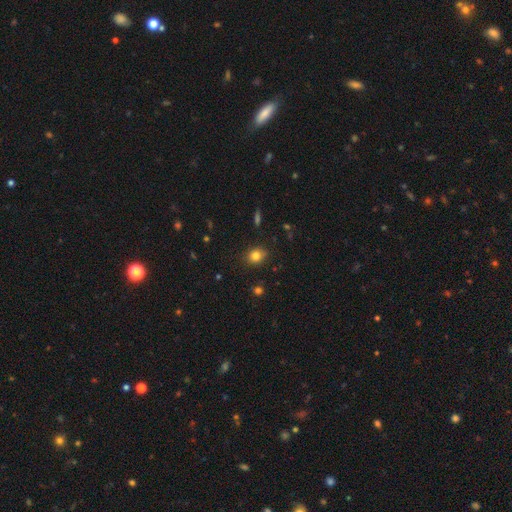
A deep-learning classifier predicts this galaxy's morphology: A smooth galaxy with no disk features (81%) that is round (58%).

Vote fractions:
- Smooth or featured? smooth: 81% / star or artifact: 12% / featured or disk: 7%
- How rounded? round: 58% / in between: 41% / cigar-shaped: 1%
- Merging? none: 85% / minor disturbance: 11% / major disturbance: 3% / merger: 1%